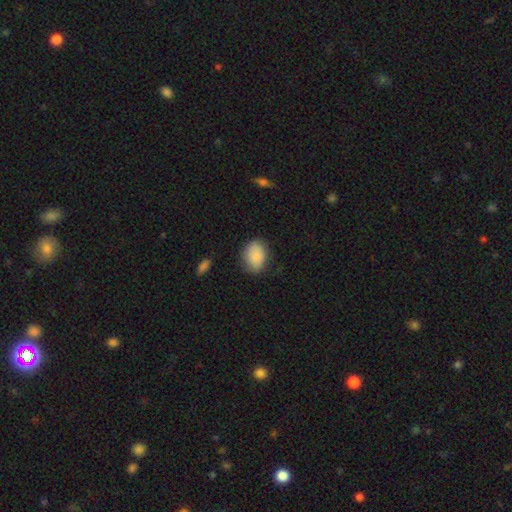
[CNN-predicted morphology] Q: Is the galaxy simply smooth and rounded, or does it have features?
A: smooth — 86%.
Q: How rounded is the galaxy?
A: in between — 69%.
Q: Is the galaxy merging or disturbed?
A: none — 76%.